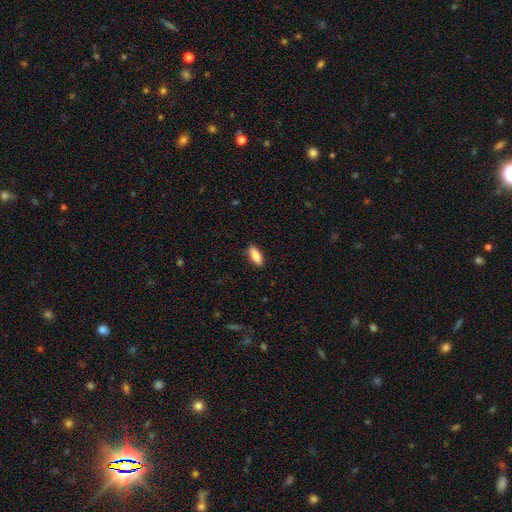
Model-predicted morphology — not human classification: This appears to be a smooth galaxy with no disk features (86%) that is in between round and cigar-shaped (83%). Merging: none (89%).